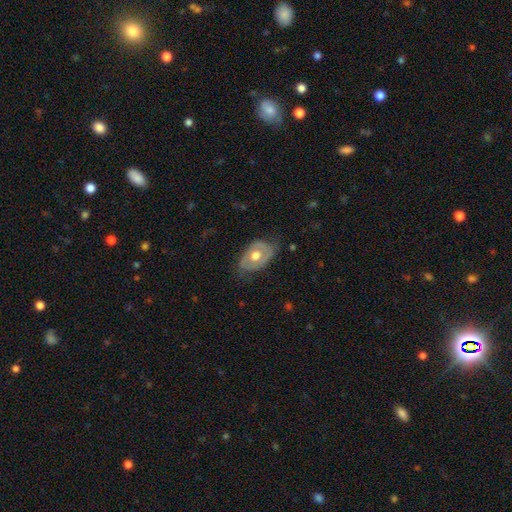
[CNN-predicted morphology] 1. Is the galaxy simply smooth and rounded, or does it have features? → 54% featured or disk, 40% smooth, 6% star or artifact.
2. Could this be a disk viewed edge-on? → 91% no, 9% yes.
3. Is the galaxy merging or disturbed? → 65% none, 26% minor disturbance, 8% major disturbance, 1% merger.